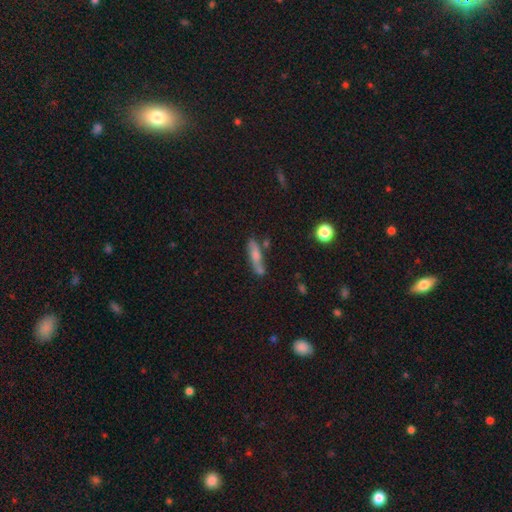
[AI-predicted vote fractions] The model was most divided on "smooth or featured": smooth: 61%, featured or disk: 29%, star or artifact: 10%. More confident: how rounded — cigar-shaped (70%); merging — none (60%).